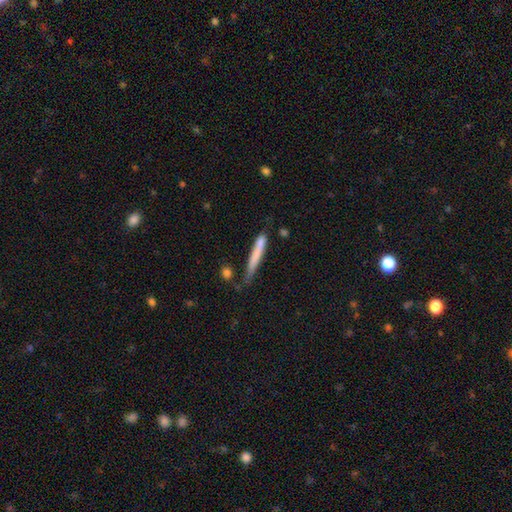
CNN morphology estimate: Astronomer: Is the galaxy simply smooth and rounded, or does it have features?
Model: smooth — 71%.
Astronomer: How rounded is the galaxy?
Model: cigar-shaped — 95%.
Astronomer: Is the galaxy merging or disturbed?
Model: none — 59%.